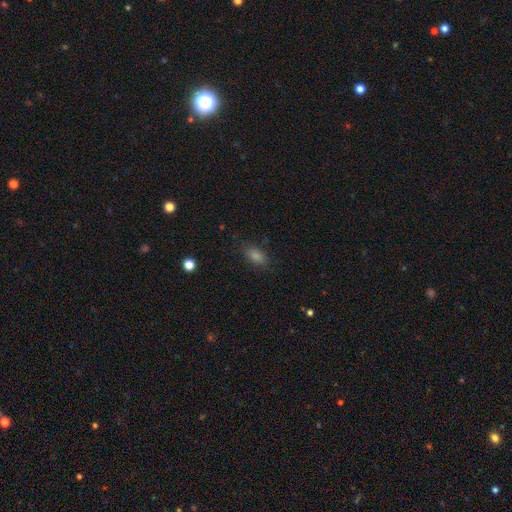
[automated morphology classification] smooth-or-featured: smooth: 73% | star or artifact: 19% | featured or disk: 9%
  how-rounded: in between: 83% | round: 11% | cigar-shaped: 6%
  merging: none: 83% | minor disturbance: 12% | major disturbance: 4% | merger: 1%